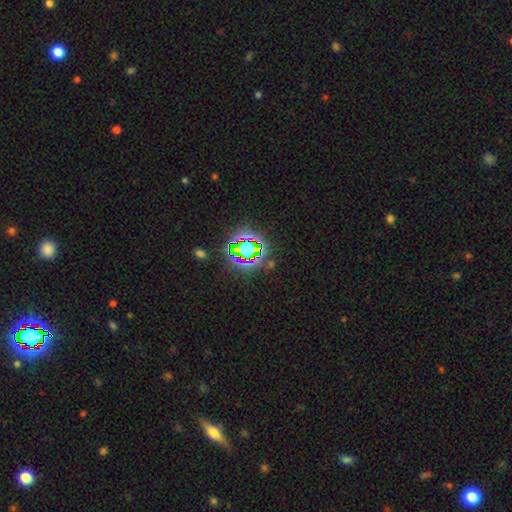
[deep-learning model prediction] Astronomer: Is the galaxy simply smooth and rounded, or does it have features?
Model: star or artifact — 77%.